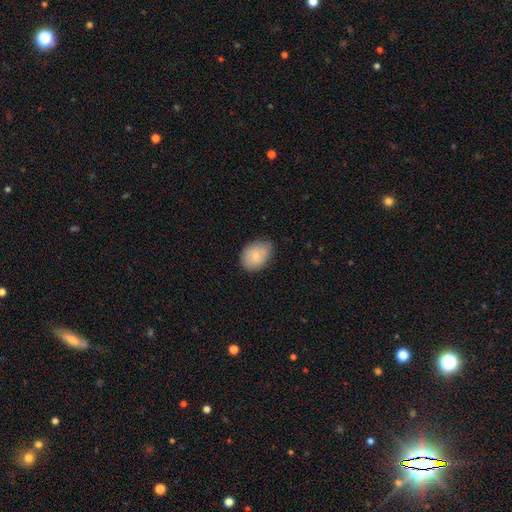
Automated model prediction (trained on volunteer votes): Smooth or featured? Predicted: smooth (p=0.78). How rounded? Predicted: in between (p=0.68). Merging? Predicted: none (p=0.66).